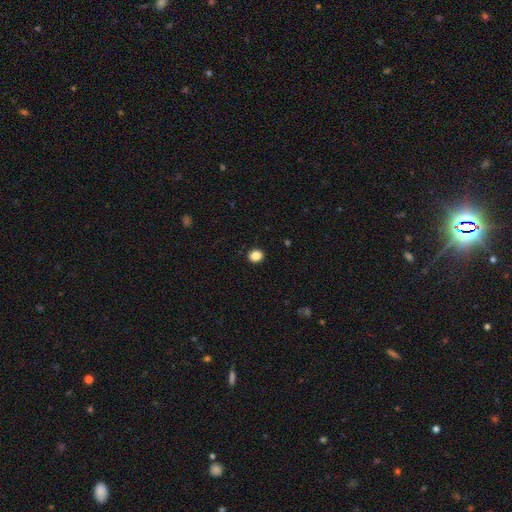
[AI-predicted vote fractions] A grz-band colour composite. It shows a smooth galaxy with no disk features (86%) that is round (73%). Merging: none (92%).